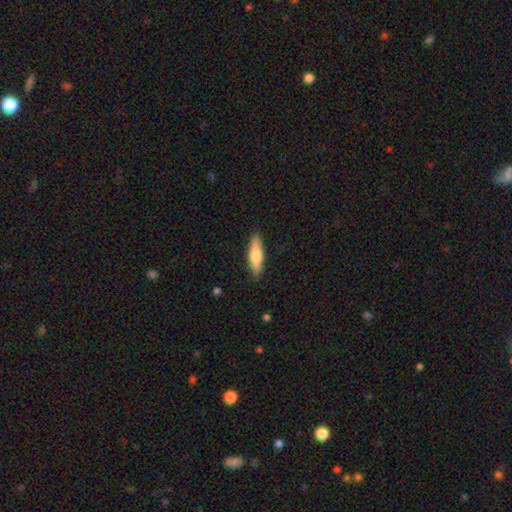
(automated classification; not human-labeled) smooth 61%, featured or disk 33%, star or artifact 5%. Down the decision tree: how rounded — cigar-shaped (61%); merging — none (89%).